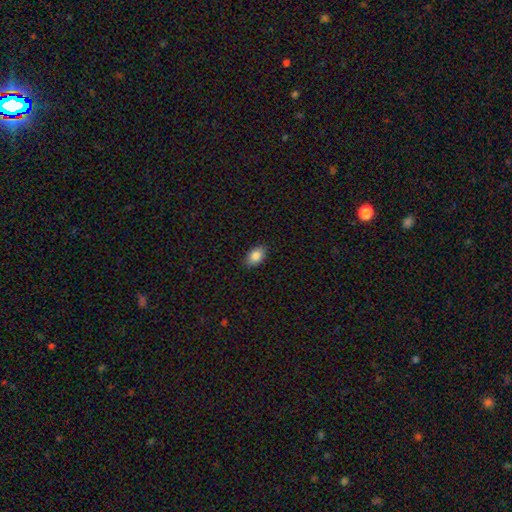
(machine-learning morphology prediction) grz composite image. It shows a smooth galaxy with no disk features (87%) that is in between round and cigar-shaped (87%). Merging: none (87%).